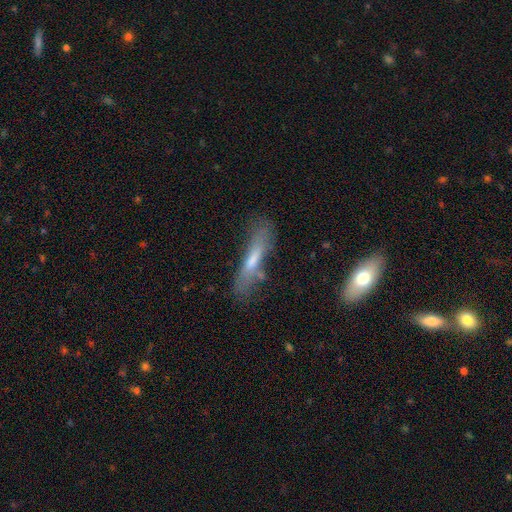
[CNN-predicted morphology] Smooth or featured? Predicted: smooth (p=0.49). Merging? Predicted: none (p=0.70).